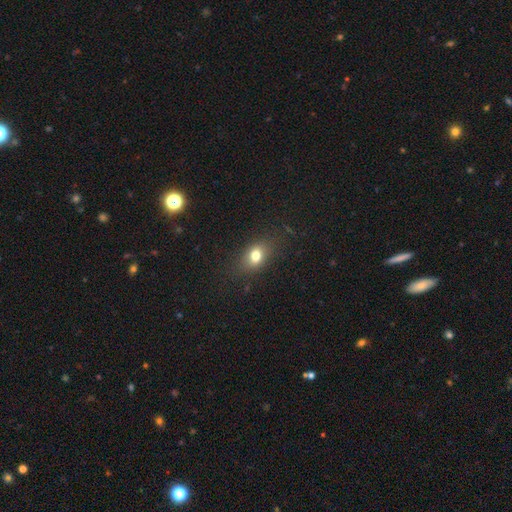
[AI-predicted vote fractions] Q: Smooth or featured?
A: smooth (75%); runner-up: featured or disk (12%)
Q: How rounded?
A: in between (68%); runner-up: round (28%)
Q: Merging?
A: none (79%); runner-up: minor disturbance (14%)